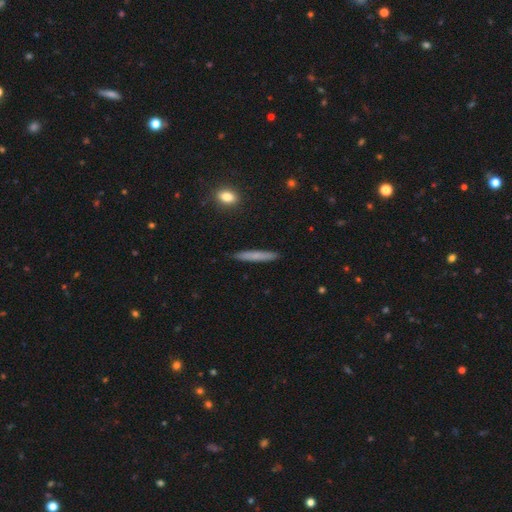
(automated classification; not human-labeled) Smooth or featured?
  - smooth: 68% *
  - featured or disk: 26%
  - star or artifact: 6%
How rounded?
  - cigar-shaped: 95% *
  - in between: 3%
  - round: 2%
Merging?
  - none: 90% *
  - minor disturbance: 8%
  - major disturbance: 1%
  - merger: 1%